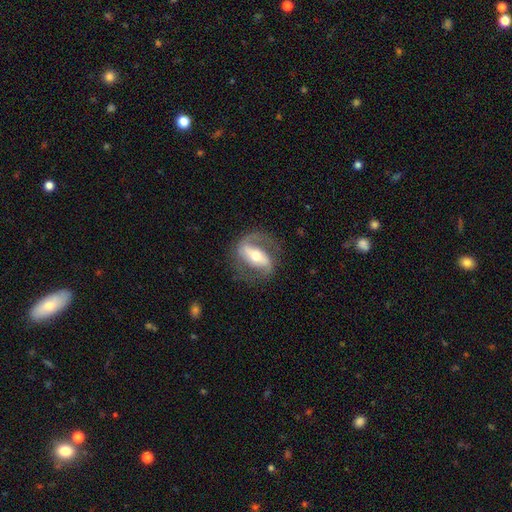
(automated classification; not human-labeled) Overall: featured or disk (81%). Edge-on disk: no (92%). Bar: strong (61%; weak 23%). Spiral arms: yes (87%). Spiral arm count: 2 (84%). Spiral winding: medium (47%; loose 32%). Bulge size: moderate (66%). Merging: none (73%).